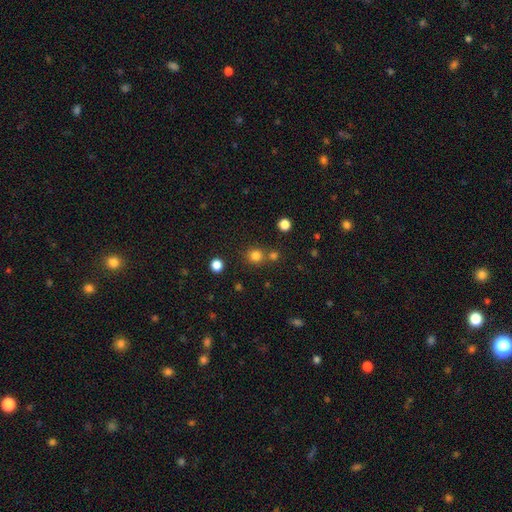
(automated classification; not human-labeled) A smooth galaxy with no disk features (79%) that is round (90%).

Vote fractions:
- Smooth or featured? smooth: 79% / star or artifact: 16% / featured or disk: 5%
- How rounded? round: 90% / in between: 9% / cigar-shaped: 1%
- Merging? none: 71% / merger: 19% / minor disturbance: 7% / major disturbance: 3%